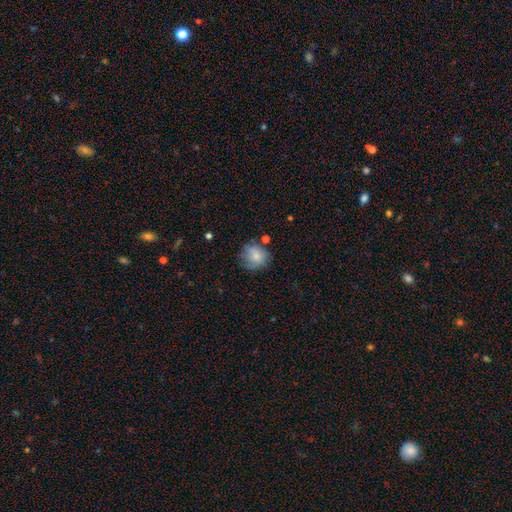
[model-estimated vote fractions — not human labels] A smooth galaxy with no disk features (75%) that is round (78%). Merging: none (60%).